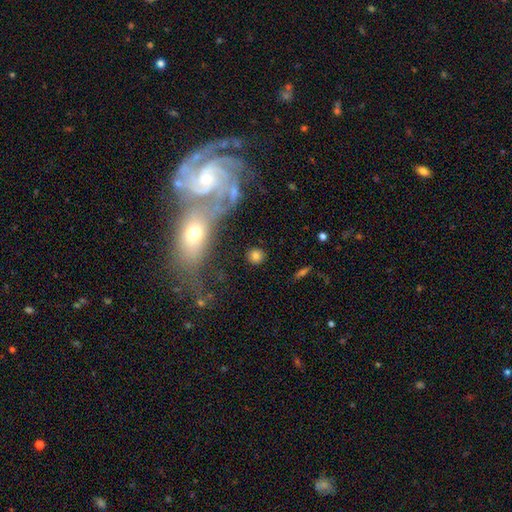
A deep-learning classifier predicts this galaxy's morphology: Smooth or featured? Predicted: smooth (p=0.78). How rounded? Predicted: round (p=0.86). Merging? Predicted: none (p=0.85).